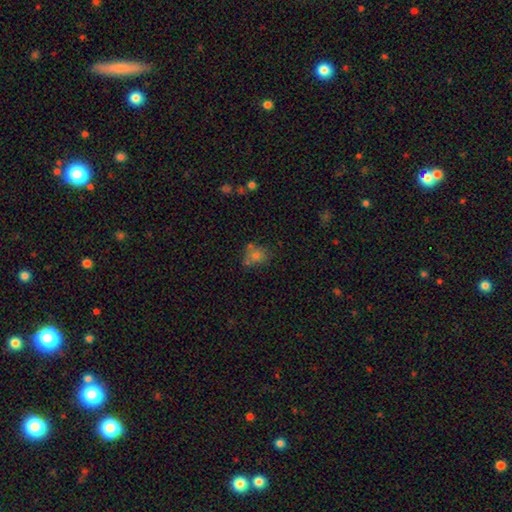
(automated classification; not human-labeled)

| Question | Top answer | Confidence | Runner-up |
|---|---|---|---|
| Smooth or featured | smooth | 69% | star or artifact (18%) |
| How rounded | round | 61% | in between (38%) |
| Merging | none | 56% | minor disturbance (20%) |